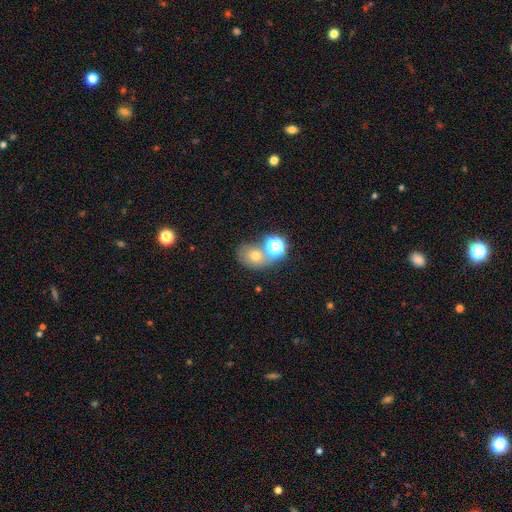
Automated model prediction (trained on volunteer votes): Smooth or featured?
  - smooth: 61% *
  - star or artifact: 21%
  - featured or disk: 18%
How rounded?
  - round: 53% *
  - in between: 46%
  - cigar-shaped: 1%
Merging?
  - none: 47% *
  - merger: 33%
  - minor disturbance: 12%
  - major disturbance: 7%